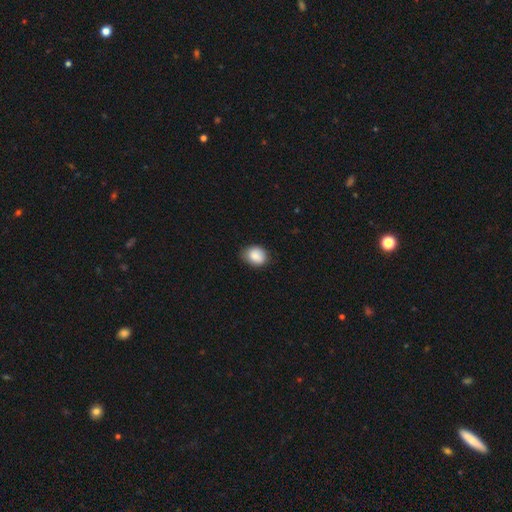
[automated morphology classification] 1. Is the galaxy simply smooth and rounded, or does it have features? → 86% smooth, 8% star or artifact, 6% featured or disk.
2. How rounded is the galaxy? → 51% round, 48% in between, 1% cigar-shaped.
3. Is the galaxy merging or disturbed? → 74% none, 22% minor disturbance, 3% major disturbance, 1% merger.